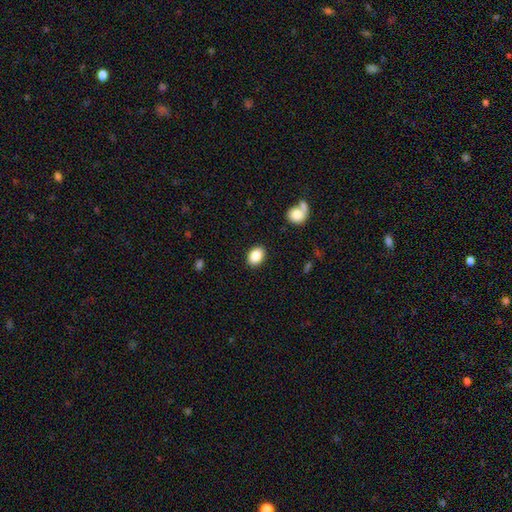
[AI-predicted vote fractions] Smooth or featured: smooth — 87% (star or artifact — 8%)
How rounded: in between — 71% (round — 28%)
Merging: none — 89% (minor disturbance — 7%)